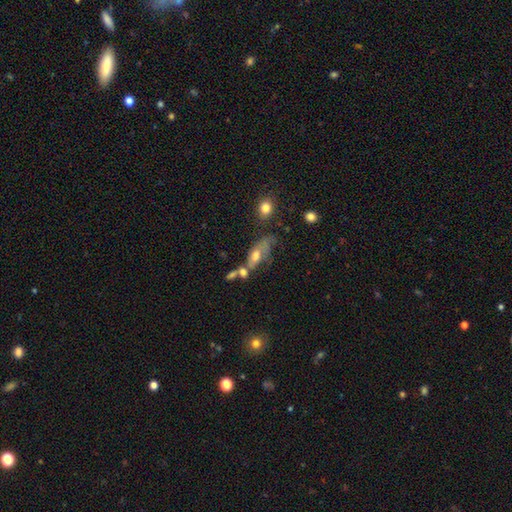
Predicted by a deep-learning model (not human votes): Morphology: type=smooth (52%); roundness=in between (72%); merging=merger (33%).